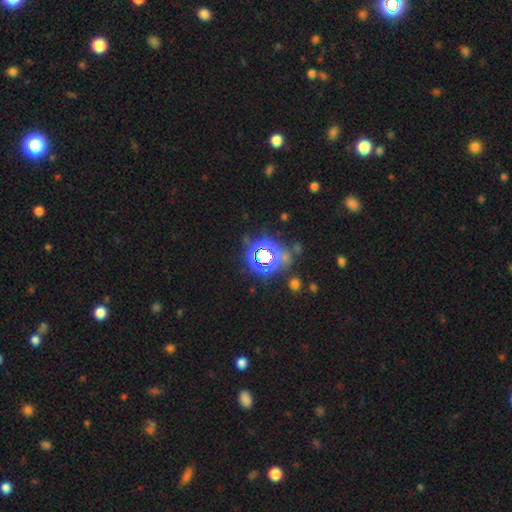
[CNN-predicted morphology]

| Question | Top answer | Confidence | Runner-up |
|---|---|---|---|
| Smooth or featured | star or artifact | 69% | smooth (21%) |